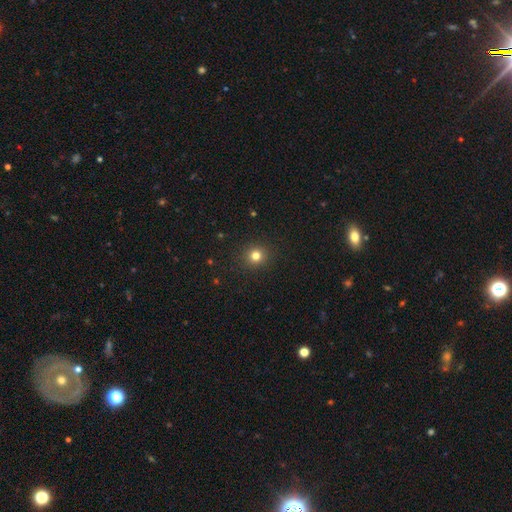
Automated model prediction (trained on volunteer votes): The model was most divided on "smooth or featured": smooth: 80%, star or artifact: 15%, featured or disk: 6%. More confident: merging — none (91%); how rounded — round (91%).